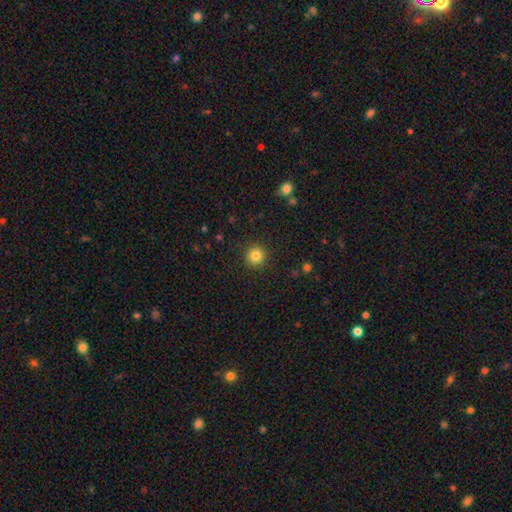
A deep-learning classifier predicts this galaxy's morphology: type=smooth (83%); roundness=round (94%); merging=none (91%).